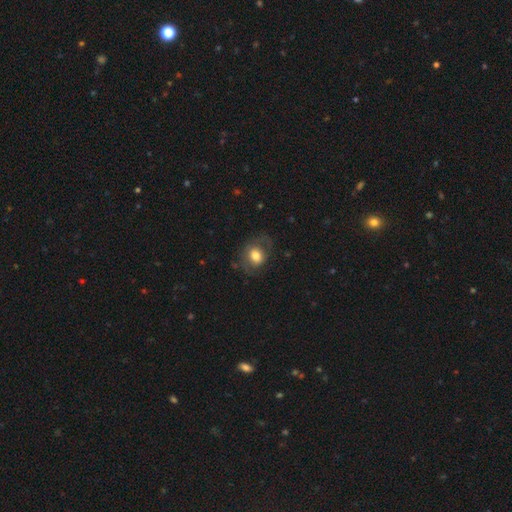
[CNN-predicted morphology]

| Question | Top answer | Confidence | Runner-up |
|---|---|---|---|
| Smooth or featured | smooth | 66% | featured or disk (25%) |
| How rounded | round | 60% | in between (39%) |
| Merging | none | 63% | minor disturbance (21%) |